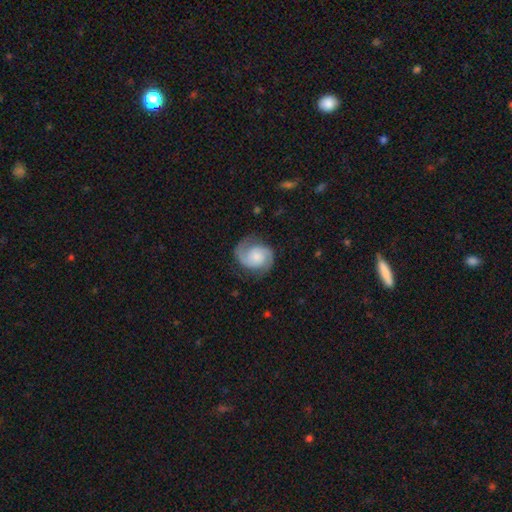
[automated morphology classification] Smooth or featured? featured or disk (83%)
Edge-on disk? no (98%)
Bar? no (69%)
Spiral arms? yes (97%)
Spiral winding? medium (48%)
Spiral arm count? 2 (89%)
Bulge size? small (41%)
Merging? none (74%)